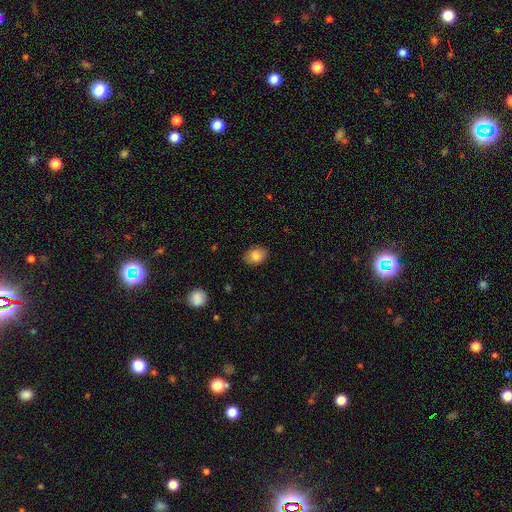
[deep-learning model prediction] This appears to be a smooth galaxy with no disk features (82%) that is in between round and cigar-shaped (74%). Merging: none (84%).